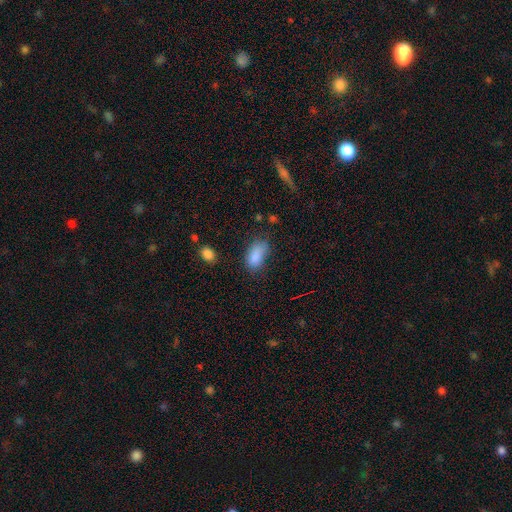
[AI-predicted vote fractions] A smooth galaxy with no disk features (84%) that is in between round and cigar-shaped (92%). Merging: none (58%).